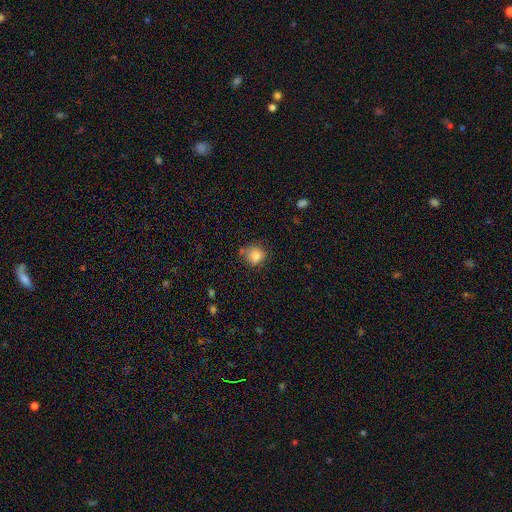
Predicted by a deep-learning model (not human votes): Smooth or featured? Predicted: smooth (p=0.84). How rounded? Predicted: round (p=0.85). Merging? Predicted: none (p=0.74).